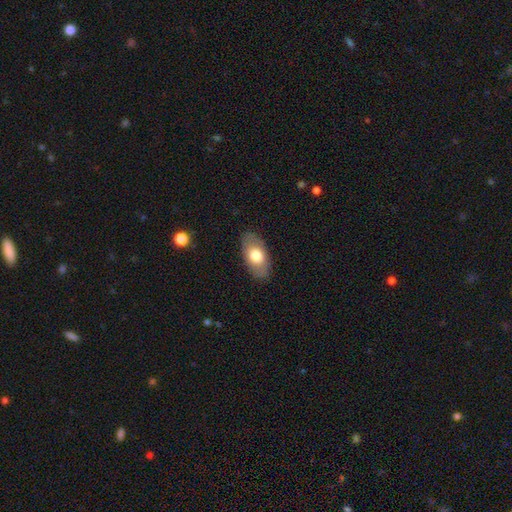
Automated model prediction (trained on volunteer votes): smooth-or-featured: smooth: 70% | featured or disk: 24% | star or artifact: 6%
  how-rounded: in between: 92% | round: 5% | cigar-shaped: 3%
  merging: none: 85% | minor disturbance: 11% | major disturbance: 3% | merger: 1%